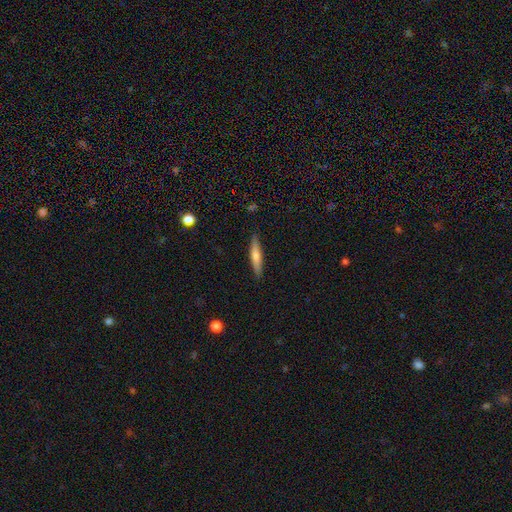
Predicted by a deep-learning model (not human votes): Smooth or featured: smooth — 53% (featured or disk — 41%)
How rounded: cigar-shaped — 89% (in between — 10%)
Merging: none — 90% (minor disturbance — 7%)